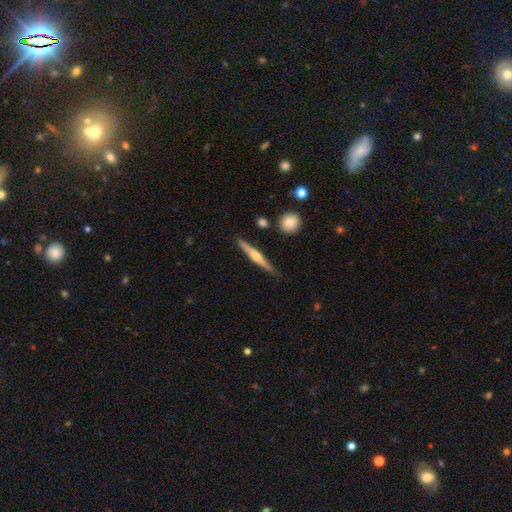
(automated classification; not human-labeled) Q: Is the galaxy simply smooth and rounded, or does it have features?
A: featured or disk — 64%.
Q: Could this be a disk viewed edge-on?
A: yes — 97%.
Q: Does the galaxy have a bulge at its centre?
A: rounded — 82%.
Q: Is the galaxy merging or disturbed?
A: none — 87%.